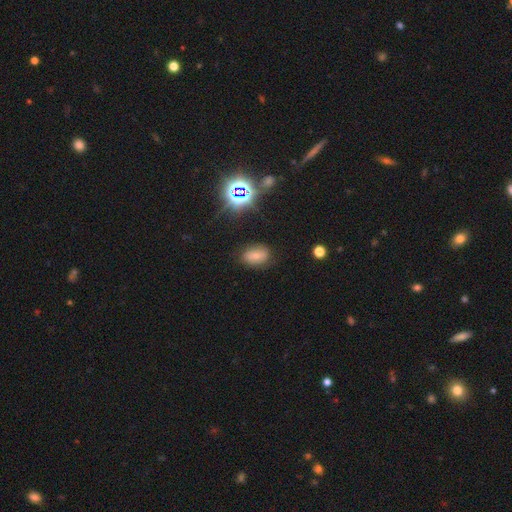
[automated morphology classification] This appears to be a smooth galaxy with no disk features (62%) that is in between round and cigar-shaped (85%). Merging: none (80%).